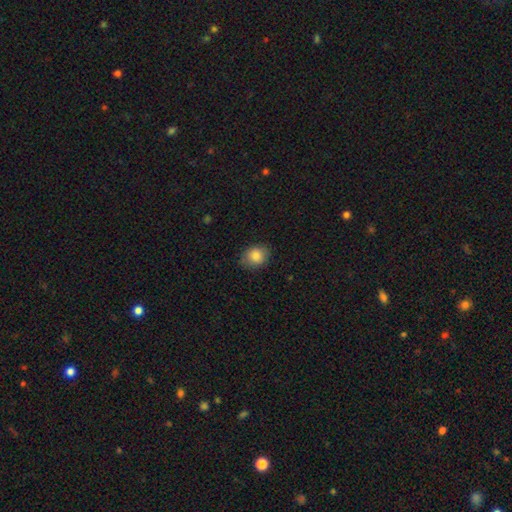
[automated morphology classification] smooth-or-featured: smooth: 84% | star or artifact: 9% | featured or disk: 7%
  how-rounded: round: 55% | in between: 44% | cigar-shaped: 1%
  merging: none: 79% | minor disturbance: 16% | major disturbance: 4% | merger: 1%